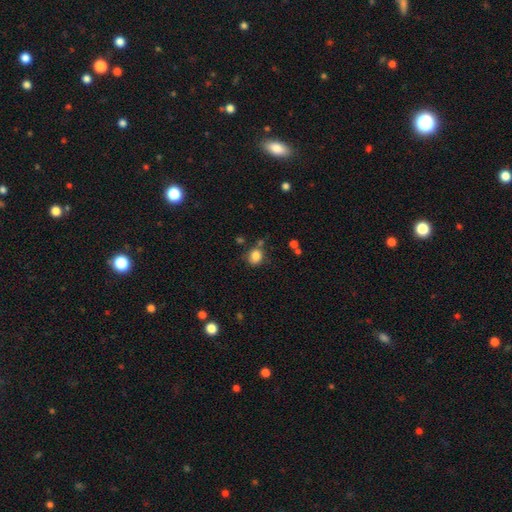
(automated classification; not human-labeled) A smooth galaxy with no disk features (84%) that is round (69%).

Vote fractions:
- Smooth or featured? smooth: 84% / star or artifact: 11% / featured or disk: 5%
- How rounded? round: 69% / in between: 30% / cigar-shaped: 1%
- Merging? none: 68% / minor disturbance: 19% / merger: 8% / major disturbance: 5%